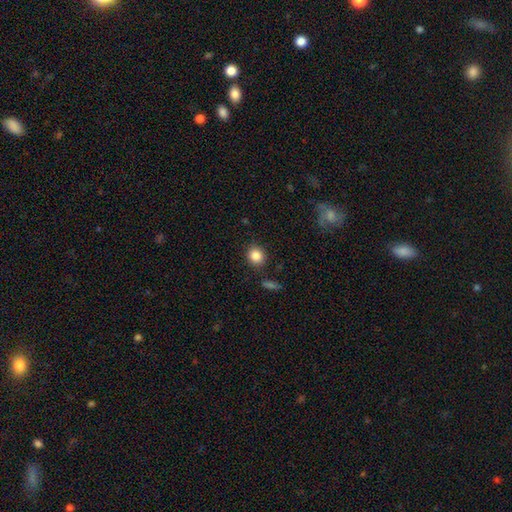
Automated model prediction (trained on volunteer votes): A smooth galaxy with no disk features (86%) that is round (78%). Merging: none (86%).